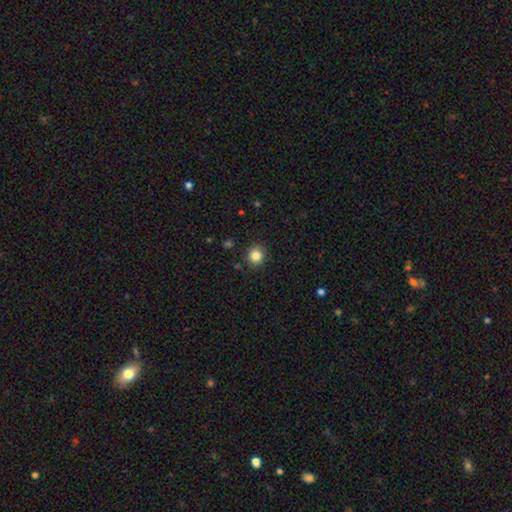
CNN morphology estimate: smooth_or_featured: smooth (p=0.84) [alt: star or artifact p=0.11]
how_rounded: round (p=0.87) [alt: in between p=0.12]
merging: none (p=0.89) [alt: minor disturbance p=0.07]